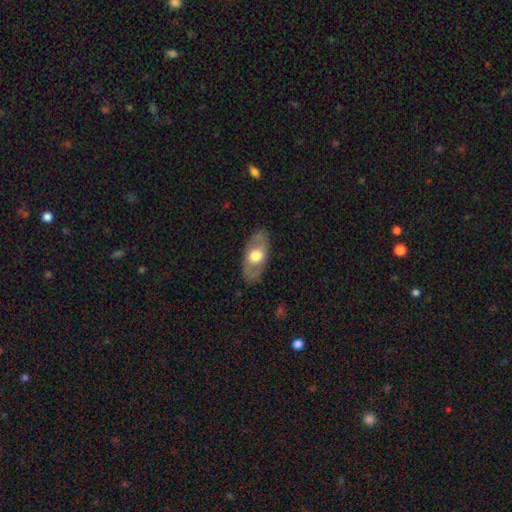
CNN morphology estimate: The model was most divided on "smooth or featured": featured or disk: 49%, smooth: 46%, star or artifact: 5%. More confident: merging — none (82%).